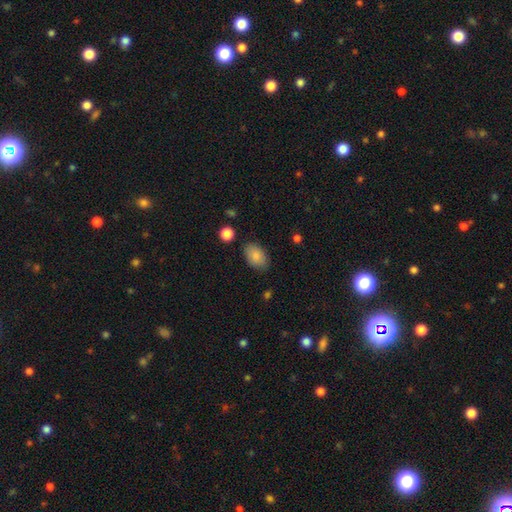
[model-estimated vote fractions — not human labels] Morphology: type=smooth (86%); roundness=in between (90%); merging=none (84%).